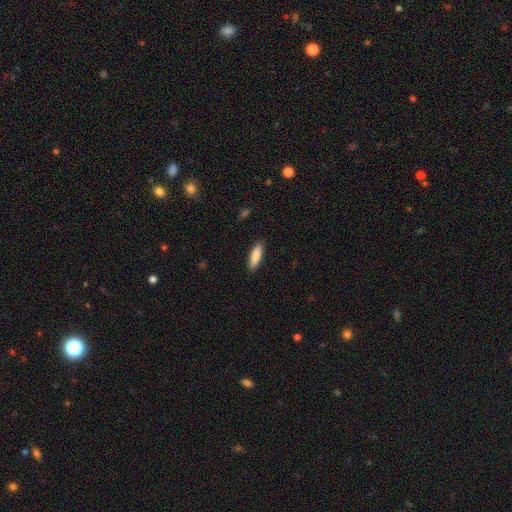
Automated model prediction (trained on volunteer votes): The model was most divided on "how rounded": cigar-shaped: 57%, in between: 41%, round: 1%. More confident: merging — none (89%); smooth or featured — smooth (86%).